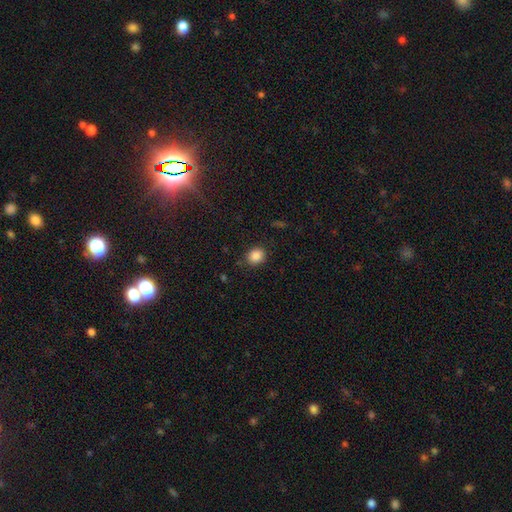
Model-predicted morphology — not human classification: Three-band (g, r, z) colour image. It shows a smooth galaxy with no disk features (87%) that is round (69%). Merging: none (87%).